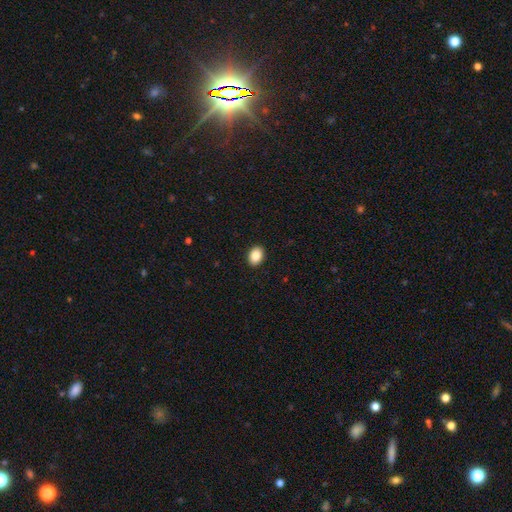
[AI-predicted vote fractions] Morphology: type=smooth (87%); roundness=in between (70%); merging=none (92%).